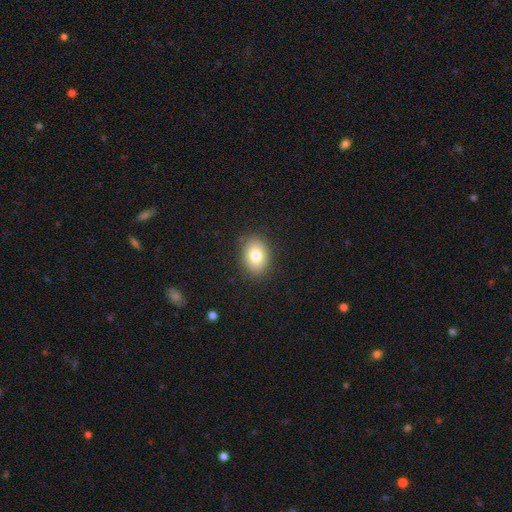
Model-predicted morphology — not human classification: Overall: smooth (79%). How rounded: in between (73%). Merging: none (86%).